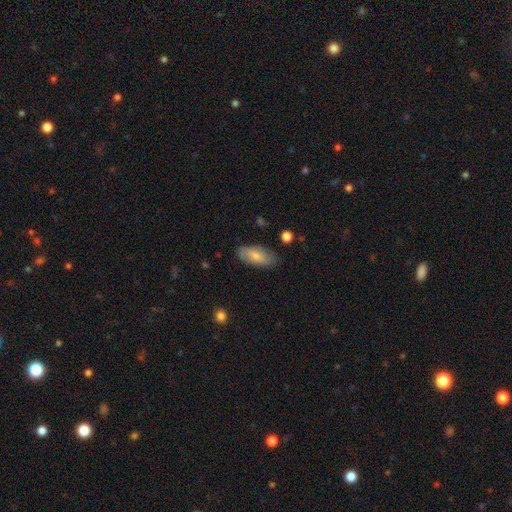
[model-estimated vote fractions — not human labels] smooth_or_featured: smooth (p=0.72) [alt: featured or disk p=0.22]
how_rounded: in between (p=0.89) [alt: cigar-shaped p=0.08]
merging: none (p=0.80) [alt: minor disturbance p=0.15]